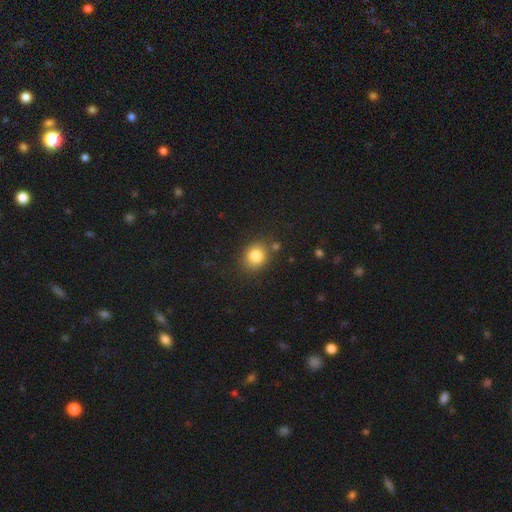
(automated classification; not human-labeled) This appears to be a smooth galaxy with no disk features (84%) that is round (65%). Merging: none (79%).